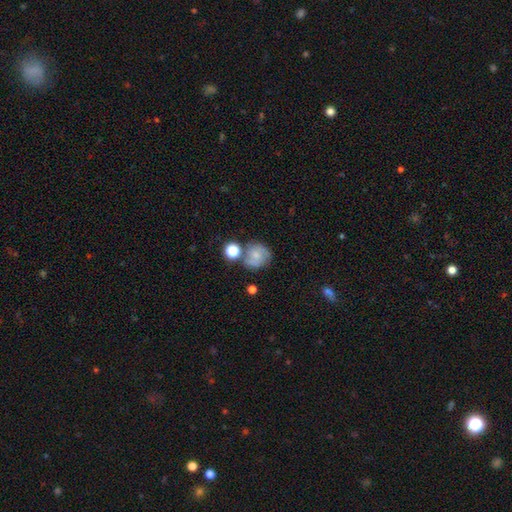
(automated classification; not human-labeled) This appears to be a smooth galaxy with no disk features (48%). Merging: none (57%).